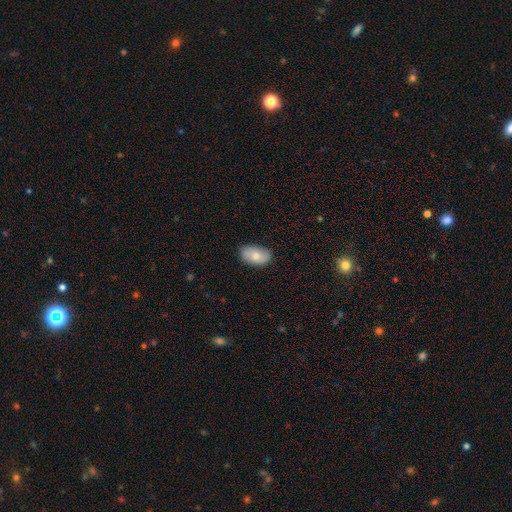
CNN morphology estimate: Smooth or featured: smooth — 75% (featured or disk — 19%)
How rounded: in between — 92% (round — 7%)
Merging: none — 80% (minor disturbance — 17%)